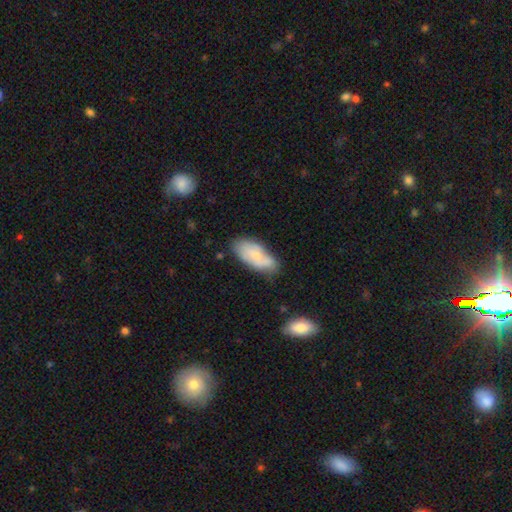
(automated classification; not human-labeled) Morphology: type=smooth (63%); roundness=in between (88%); merging=none (55%).